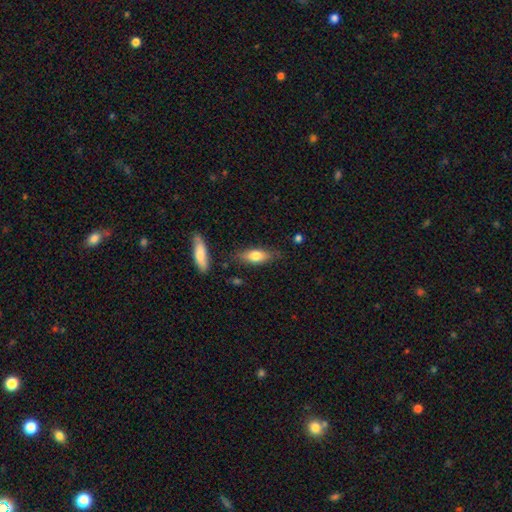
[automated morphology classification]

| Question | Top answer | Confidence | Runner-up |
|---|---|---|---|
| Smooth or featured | smooth | 72% | featured or disk (21%) |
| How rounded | in between | 68% | cigar-shaped (29%) |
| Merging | none | 74% | minor disturbance (18%) |